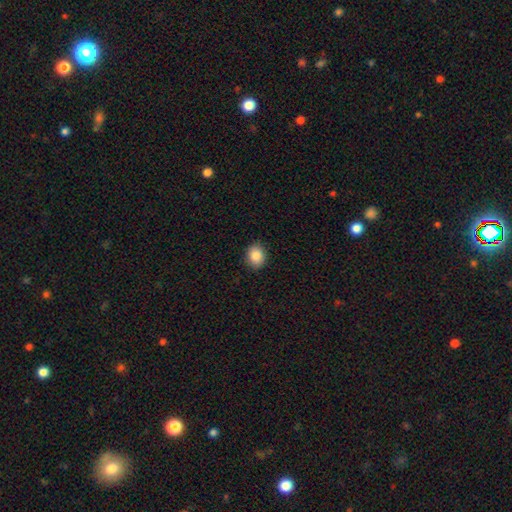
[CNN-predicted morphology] The model was most divided on "how rounded": round: 59%, in between: 40%, cigar-shaped: 1%. More confident: merging — none (90%); smooth or featured — smooth (86%).